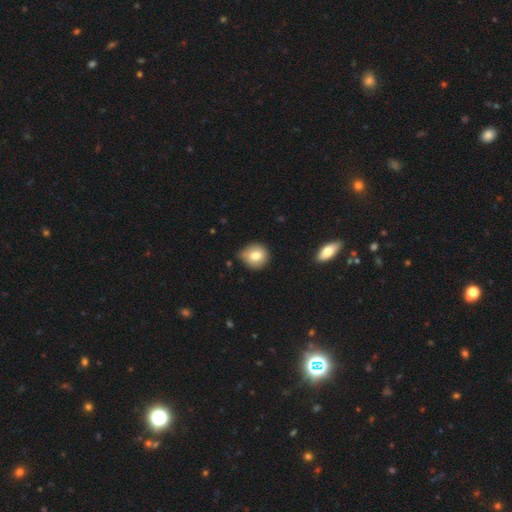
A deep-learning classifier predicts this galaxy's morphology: Overall: smooth (79%). How rounded: round (84%). Merging: none (71%).